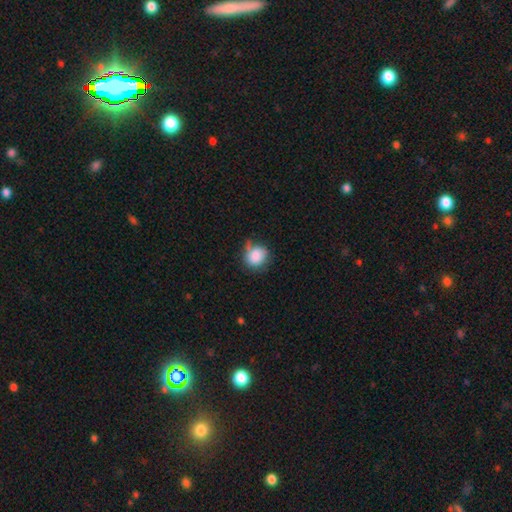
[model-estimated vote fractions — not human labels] The model was most divided on "merging": none: 50%, minor disturbance: 32%, major disturbance: 11%, merger: 7%. More confident: smooth or featured — smooth (83%); how rounded — round (70%).